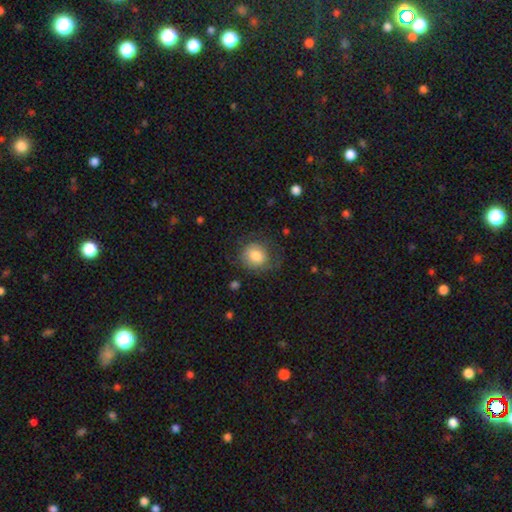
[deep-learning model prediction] Smooth or featured?
  - smooth: 76% *
  - featured or disk: 16%
  - star or artifact: 8%
How rounded?
  - round: 79% *
  - in between: 20%
  - cigar-shaped: 1%
Merging?
  - none: 64% *
  - minor disturbance: 21%
  - major disturbance: 14%
  - merger: 1%